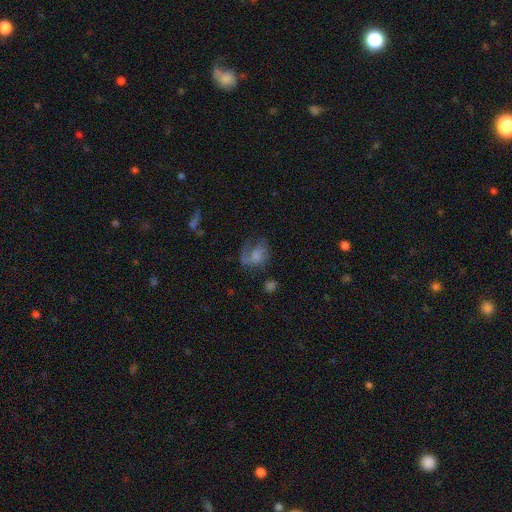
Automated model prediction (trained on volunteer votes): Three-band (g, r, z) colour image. It shows a smooth galaxy with no disk features (49%). Merging: major disturbance (39%).